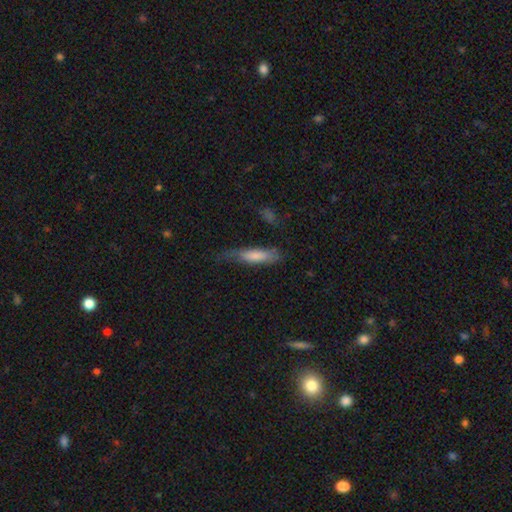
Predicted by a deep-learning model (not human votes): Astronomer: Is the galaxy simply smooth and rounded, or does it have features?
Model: smooth — 75%.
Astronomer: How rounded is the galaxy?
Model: cigar-shaped — 66%.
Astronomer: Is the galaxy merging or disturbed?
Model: none — 49% (runner-up: minor disturbance, 32%).